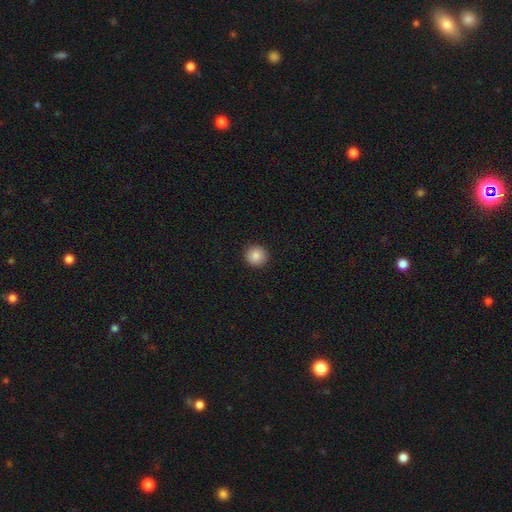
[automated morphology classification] Smooth or featured: smooth — 87% (star or artifact — 9%)
How rounded: round — 93% (in between — 6%)
Merging: none — 92% (minor disturbance — 5%)